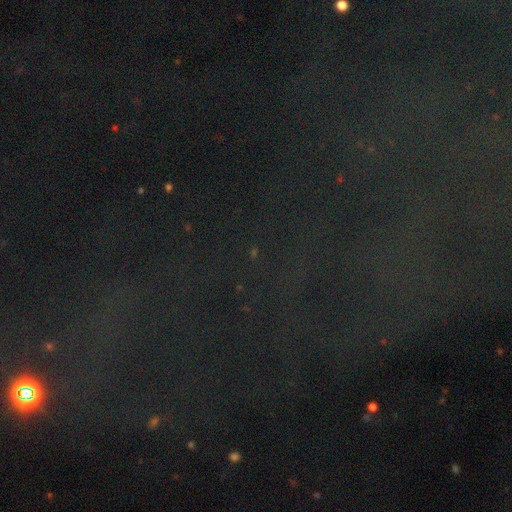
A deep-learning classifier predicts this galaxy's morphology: Smooth or featured?
  - star or artifact: 79% *
  - smooth: 12%
  - featured or disk: 10%